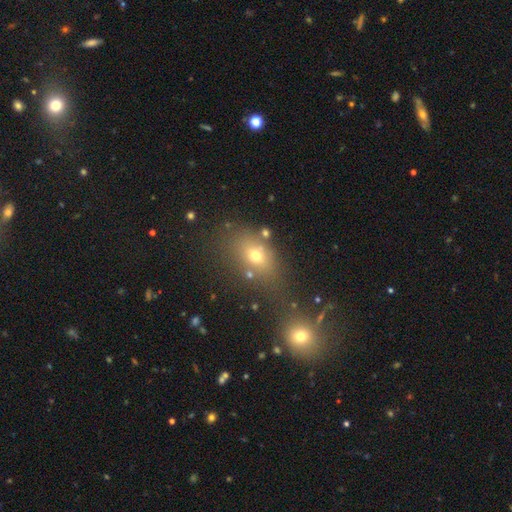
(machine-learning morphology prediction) This is likely a smooth galaxy (65%). How rounded: likely in between (67%). Merging: likely none (60%).